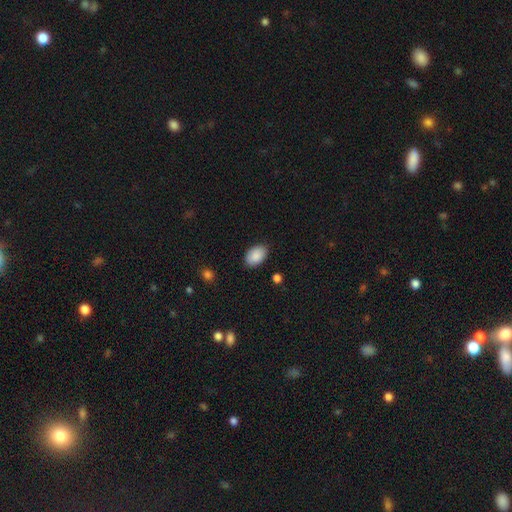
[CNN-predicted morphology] Smooth or featured? smooth (90%)
How rounded? in between (90%)
Merging? none (87%)